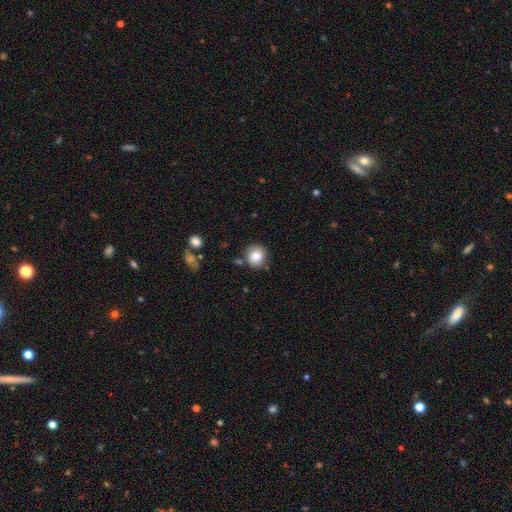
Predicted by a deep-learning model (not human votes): Q: Smooth or featured?
A: smooth (83%); runner-up: star or artifact (9%)
Q: How rounded?
A: round (84%); runner-up: in between (15%)
Q: Merging?
A: none (79%); runner-up: minor disturbance (13%)